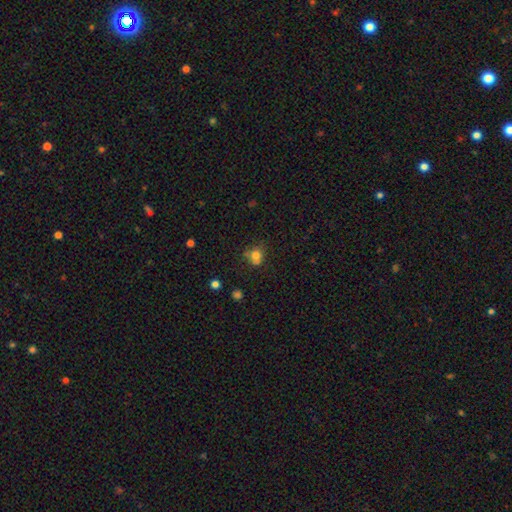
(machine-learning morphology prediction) The model was most divided on "merging": none: 59%, minor disturbance: 26%, major disturbance: 8%, merger: 7%. More confident: smooth or featured — smooth (77%); how rounded — round (69%).